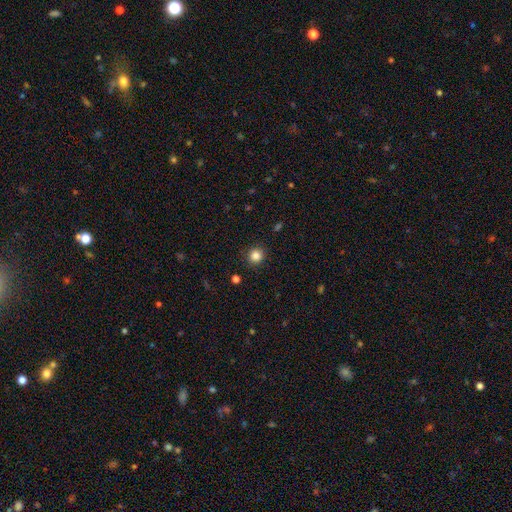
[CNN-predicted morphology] smooth_or_featured: smooth (p=0.85) [alt: star or artifact p=0.11]
how_rounded: round (p=0.90) [alt: in between p=0.09]
merging: none (p=0.90) [alt: minor disturbance p=0.06]